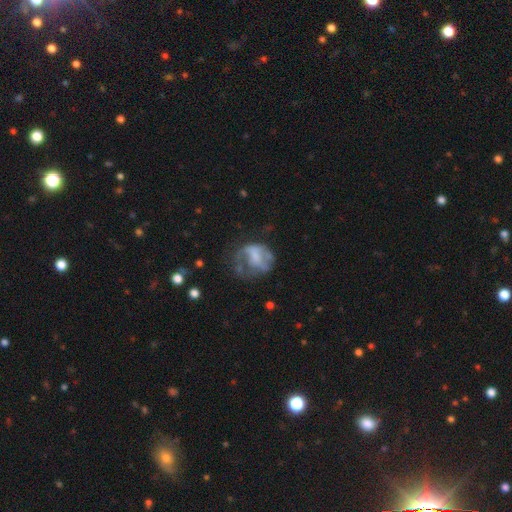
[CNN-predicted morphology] Smooth or featured: featured or disk — 52% (smooth — 38%)
Edge-on disk: no — 98% (yes — 2%)
Bar: no — 62% (weak — 28%)
Spiral arms: no — 64% (yes — 36%)
Bulge size: none — 47% (moderate — 22%)
Merging: major disturbance — 41% (none — 31%)